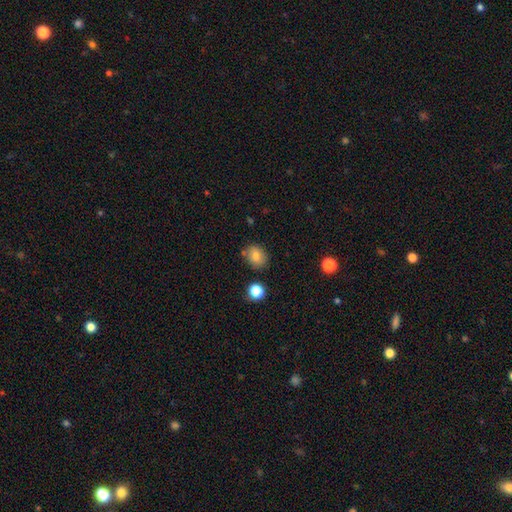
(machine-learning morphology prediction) Smooth or featured?
  - smooth: 79% *
  - star or artifact: 11%
  - featured or disk: 10%
How rounded?
  - round: 56% *
  - in between: 43%
  - cigar-shaped: 1%
Merging?
  - none: 78% *
  - minor disturbance: 13%
  - merger: 6%
  - major disturbance: 3%